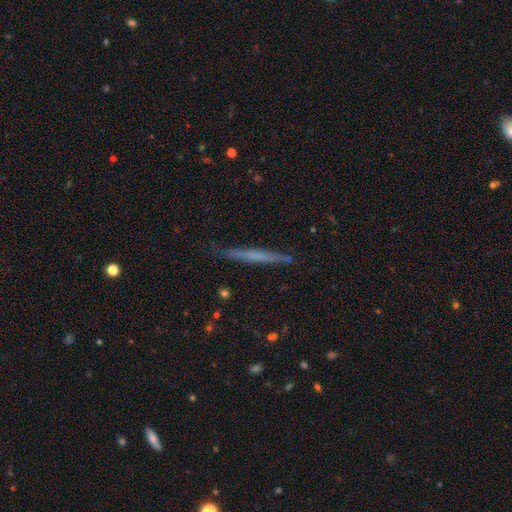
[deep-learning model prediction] Smooth or featured? featured or disk (47%)
Merging? none (87%)